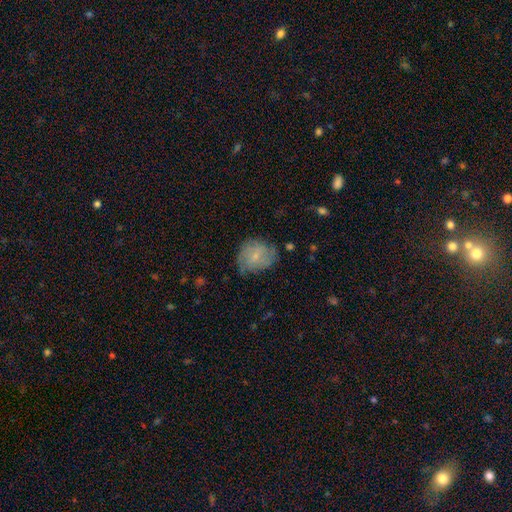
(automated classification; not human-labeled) Smooth or featured? Predicted: smooth (p=0.49). Merging? Predicted: none (p=0.62).